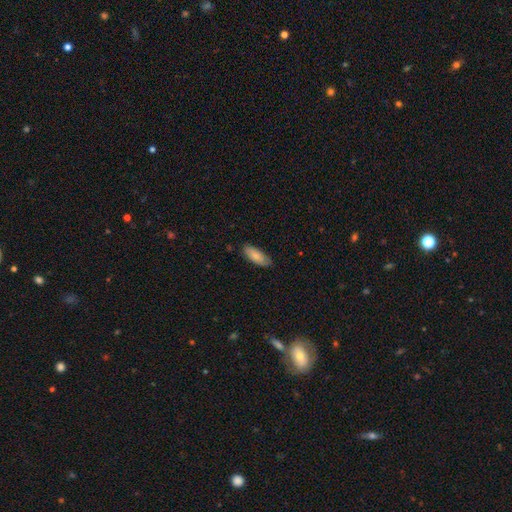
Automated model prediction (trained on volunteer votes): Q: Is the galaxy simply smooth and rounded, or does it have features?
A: smooth — 82%.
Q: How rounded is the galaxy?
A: in between — 75%.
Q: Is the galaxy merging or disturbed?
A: none — 81%.